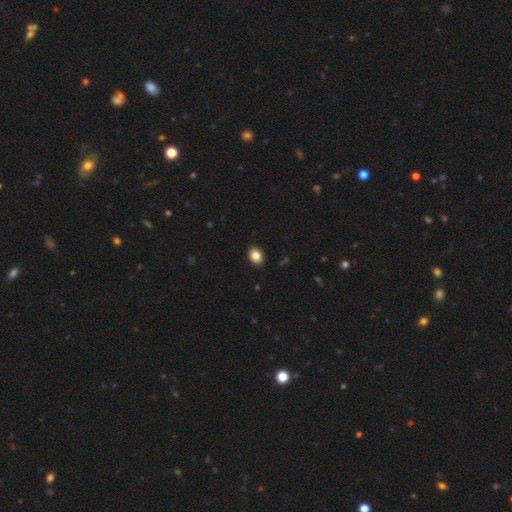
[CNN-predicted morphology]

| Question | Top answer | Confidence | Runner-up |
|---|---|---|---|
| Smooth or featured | smooth | 86% | star or artifact (9%) |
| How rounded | in between | 72% | round (27%) |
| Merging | none | 90% | minor disturbance (8%) |